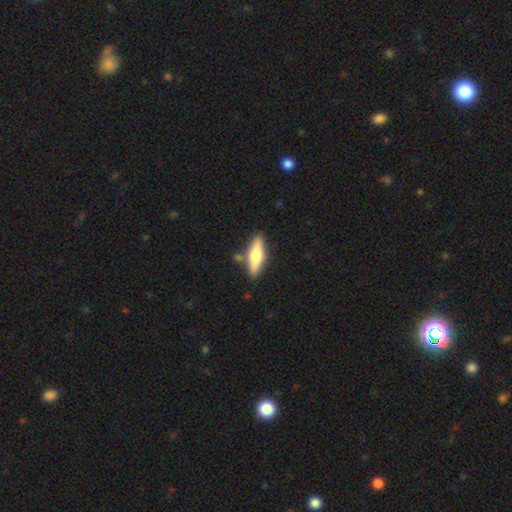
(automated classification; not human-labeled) Morphology: type=smooth (59%); roundness=cigar-shaped (57%); merging=none (82%).